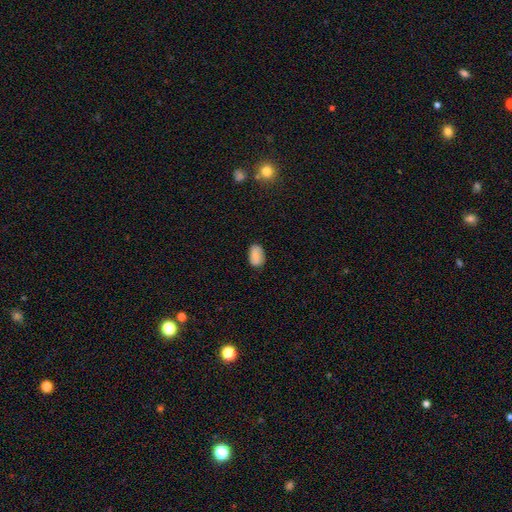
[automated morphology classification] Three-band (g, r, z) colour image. It shows a smooth galaxy with no disk features (83%) that is in between round and cigar-shaped (91%). Merging: none (81%).